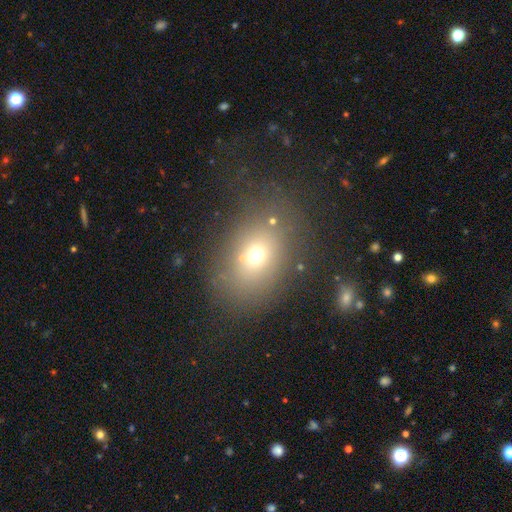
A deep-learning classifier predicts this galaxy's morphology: type=smooth (65%); roundness=in between (63%); merging=none (67%).